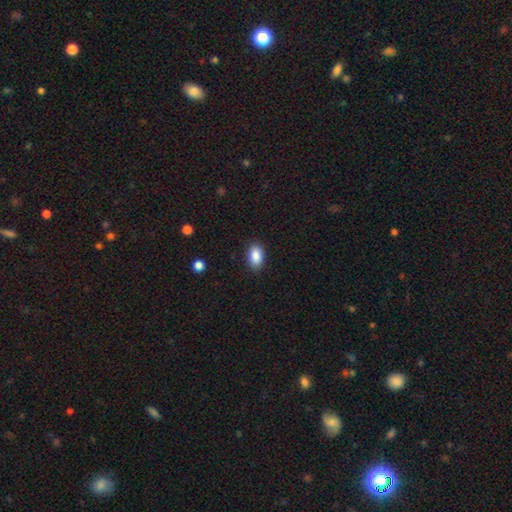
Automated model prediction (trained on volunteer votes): smooth-or-featured: smooth: 88% | star or artifact: 7% | featured or disk: 4%
  how-rounded: in between: 91% | round: 8% | cigar-shaped: 2%
  merging: none: 88% | minor disturbance: 9% | major disturbance: 2% | merger: 1%